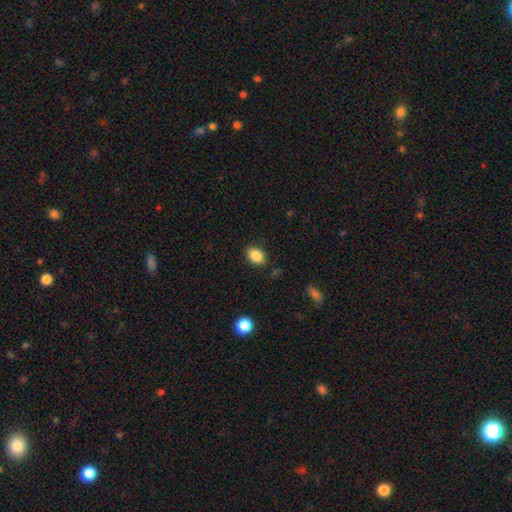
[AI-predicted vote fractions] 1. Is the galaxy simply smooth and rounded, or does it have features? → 87% smooth, 9% star or artifact, 5% featured or disk.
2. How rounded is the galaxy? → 84% in between, 15% round, 1% cigar-shaped.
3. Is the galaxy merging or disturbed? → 84% none, 11% minor disturbance, 3% major disturbance, 2% merger.